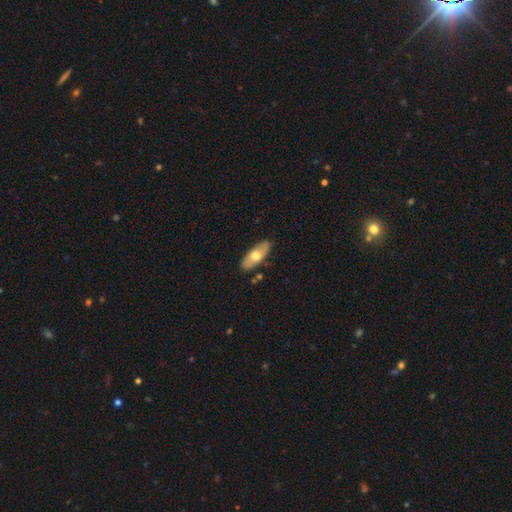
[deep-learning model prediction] Overall: smooth (64%; featured or disk 31%). How rounded: in between (78%). Merging: none (86%).